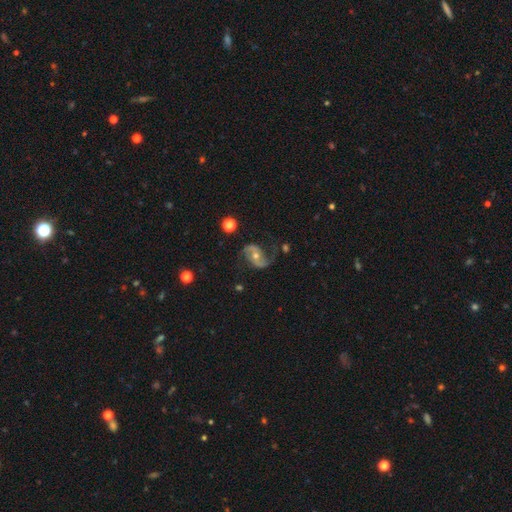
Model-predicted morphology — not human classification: A featured or disk galaxy (86%) with no bar (52%), 2 (92%) loose (61%) spiral arms (96%) and a moderate central bulge (60%).

Vote fractions:
- Smooth or featured? featured or disk: 86% / smooth: 8% / star or artifact: 6%
- Edge-on disk? no: 97% / yes: 3%
- Bar? no: 52% / weak: 32% / strong: 16%
- Spiral arms? yes: 96% / no: 4%
- Spiral winding? loose: 61% / medium: 31% / tight: 8%
- Spiral arm count? 2: 92% / 1: 3% / can't tell: 2% / 3: 1% / 4: 1% / more than 4: 1%
- Bulge size? moderate: 60% / small: 35% / large: 3% / none: 1% / dominant: 1%
- Merging? none: 70% / minor disturbance: 17% / major disturbance: 11% / merger: 2%